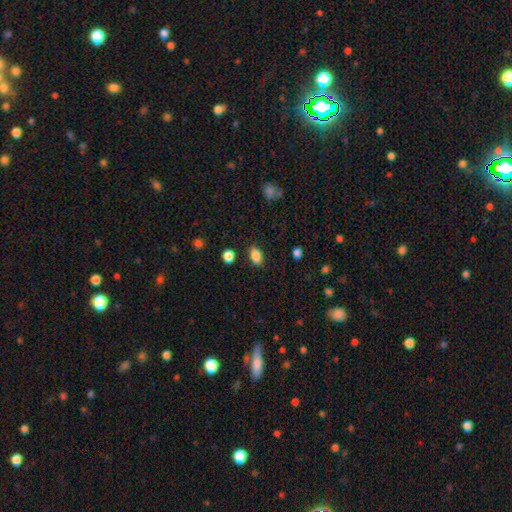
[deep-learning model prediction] Smooth or featured? Predicted: smooth (p=0.85). How rounded? Predicted: in between (p=0.88). Merging? Predicted: none (p=0.86).